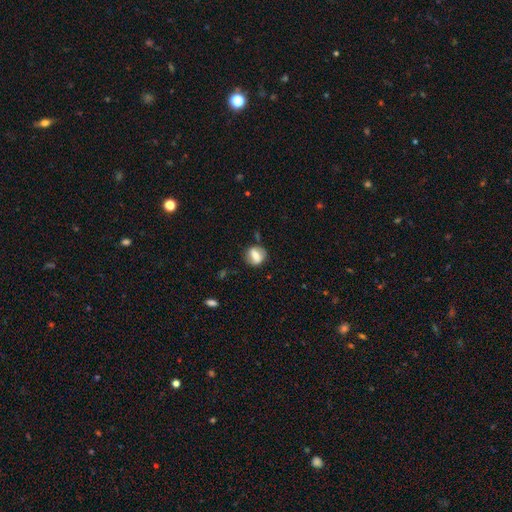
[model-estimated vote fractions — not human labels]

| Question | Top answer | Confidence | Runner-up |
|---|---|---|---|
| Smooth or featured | smooth | 55% | featured or disk (36%) |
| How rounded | round | 61% | in between (36%) |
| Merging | none | 73% | minor disturbance (17%) |